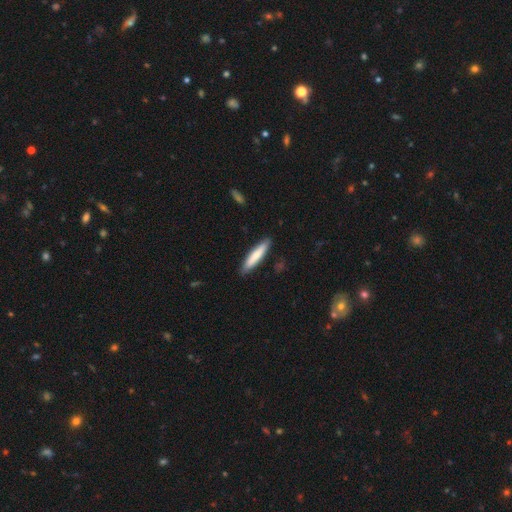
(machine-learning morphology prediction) smooth 76%, featured or disk 19%, star or artifact 5%. Down the decision tree: how rounded — cigar-shaped (87%); merging — none (88%).